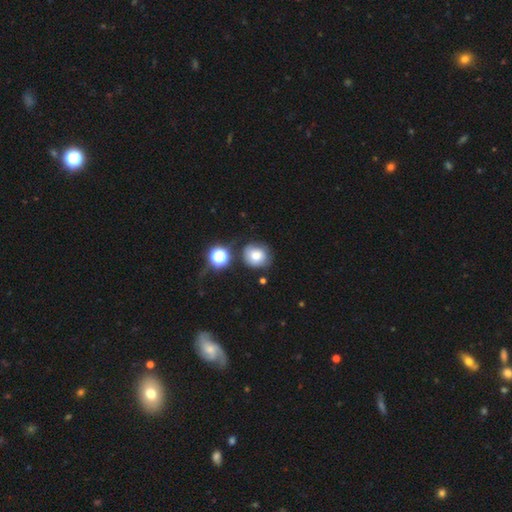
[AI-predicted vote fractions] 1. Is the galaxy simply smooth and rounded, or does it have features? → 73% smooth, 14% featured or disk, 13% star or artifact.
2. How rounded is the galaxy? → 75% round, 24% in between, 1% cigar-shaped.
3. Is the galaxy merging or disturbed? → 67% none, 19% minor disturbance, 7% merger, 6% major disturbance.